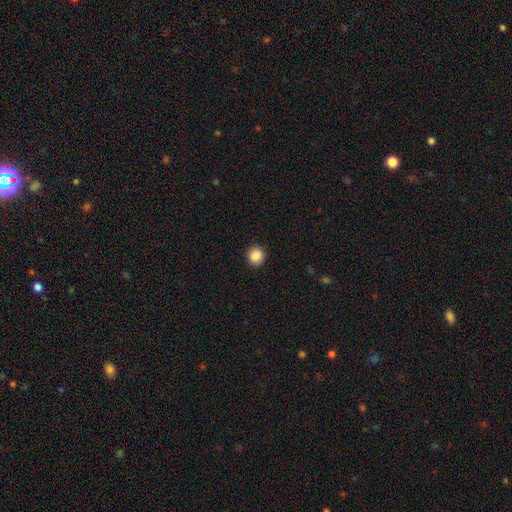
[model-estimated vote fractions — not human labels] This is clearly a smooth galaxy (88%). How rounded: clearly round (90%). Merging: clearly none (91%).